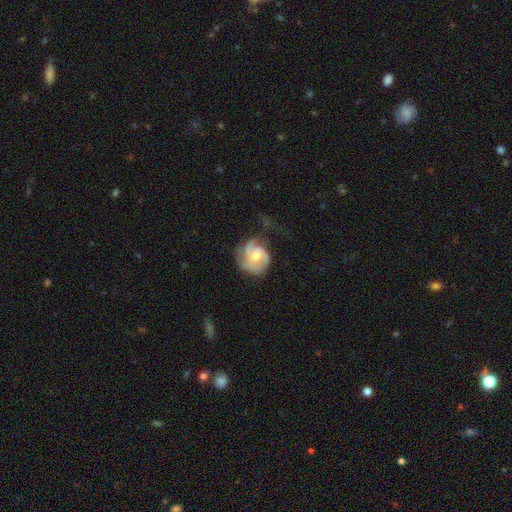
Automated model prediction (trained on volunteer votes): A featured or disk galaxy (81%) with no bar (66%), 2 (36%) tight (45%) spiral arms (94%) and a moderate central bulge (57%).

Vote fractions:
- Smooth or featured? featured or disk: 81% / smooth: 14% / star or artifact: 5%
- Edge-on disk? no: 98% / yes: 2%
- Bar? no: 66% / weak: 29% / strong: 5%
- Spiral arms? yes: 94% / no: 6%
- Spiral winding? tight: 45% / medium: 39% / loose: 16%
- Spiral arm count? 2: 36% / 3: 31% / can't tell: 17% / 1: 8% / 4: 5% / more than 4: 4%
- Bulge size? moderate: 57% / small: 39% / large: 2% / none: 1% / dominant: 1%
- Merging? none: 46% / minor disturbance: 26% / major disturbance: 26% / merger: 2%